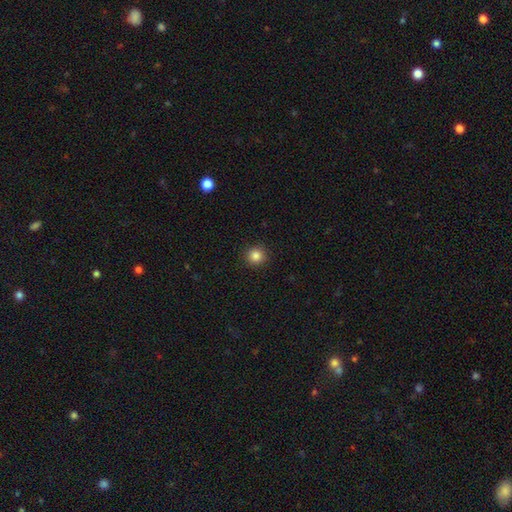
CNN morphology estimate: Smooth or featured: smooth — 84% (star or artifact — 11%)
How rounded: round — 94% (in between — 5%)
Merging: none — 92% (minor disturbance — 5%)